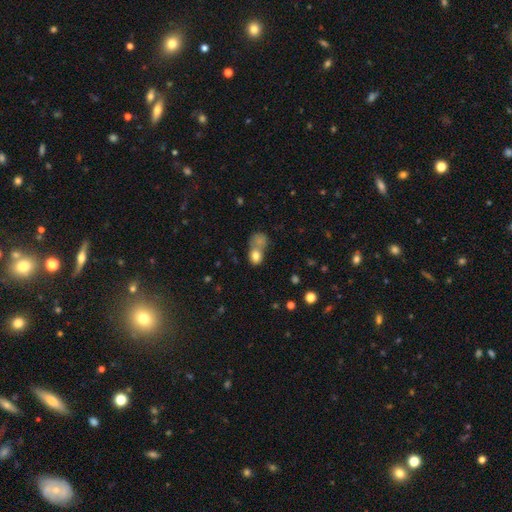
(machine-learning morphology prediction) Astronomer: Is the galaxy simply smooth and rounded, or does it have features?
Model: smooth — 77%.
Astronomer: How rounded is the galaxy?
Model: in between — 64%.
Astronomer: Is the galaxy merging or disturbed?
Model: merger — 57%.